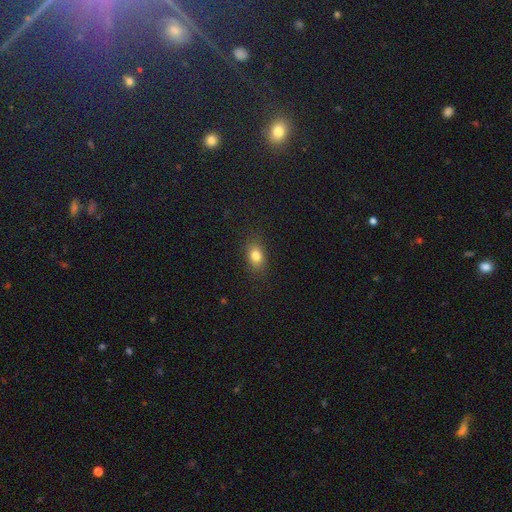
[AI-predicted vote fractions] A smooth galaxy with no disk features (81%) that is in between round and cigar-shaped (71%). Merging: none (85%).